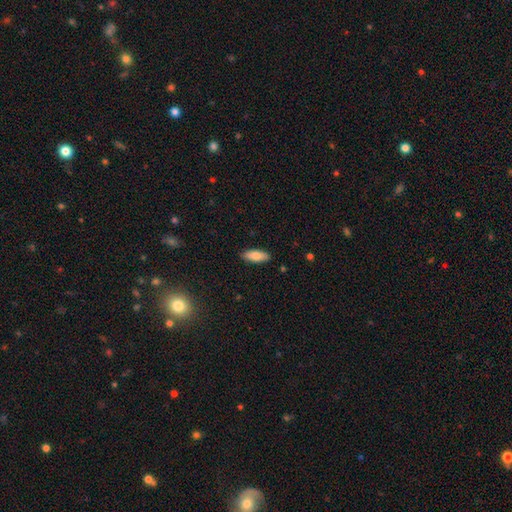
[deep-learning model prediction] The model was most divided on "how rounded": in between: 73%, cigar-shaped: 25%, round: 2%. More confident: merging — none (88%); smooth or featured — smooth (83%).